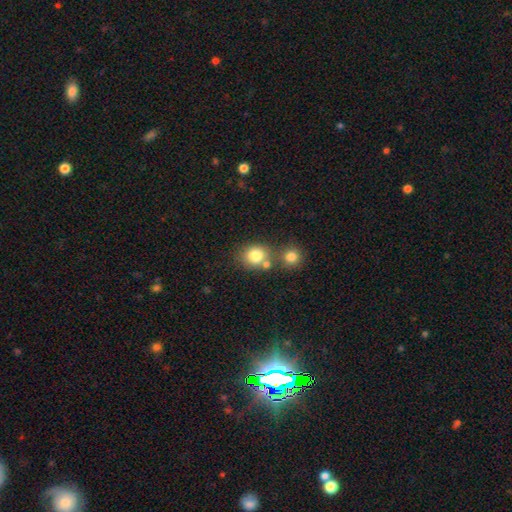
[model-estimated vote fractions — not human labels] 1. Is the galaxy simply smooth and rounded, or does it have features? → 81% smooth, 11% star or artifact, 9% featured or disk.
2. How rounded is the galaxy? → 73% round, 26% in between, 1% cigar-shaped.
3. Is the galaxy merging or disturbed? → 55% none, 30% merger, 10% minor disturbance, 4% major disturbance.